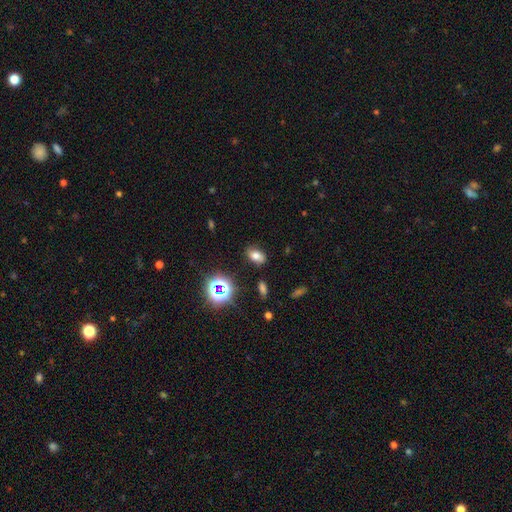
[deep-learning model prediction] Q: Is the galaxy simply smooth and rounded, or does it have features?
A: smooth — 67%.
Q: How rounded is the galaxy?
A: in between — 84%.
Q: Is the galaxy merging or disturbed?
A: none — 83%.